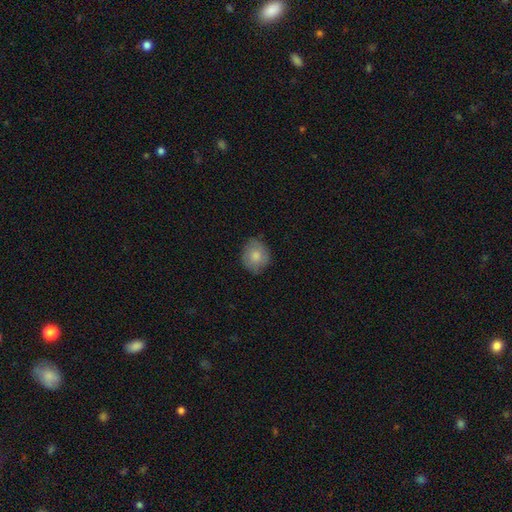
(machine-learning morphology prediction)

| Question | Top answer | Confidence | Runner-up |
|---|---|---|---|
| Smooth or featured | smooth | 79% | featured or disk (14%) |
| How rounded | round | 74% | in between (25%) |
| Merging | none | 77% | minor disturbance (19%) |